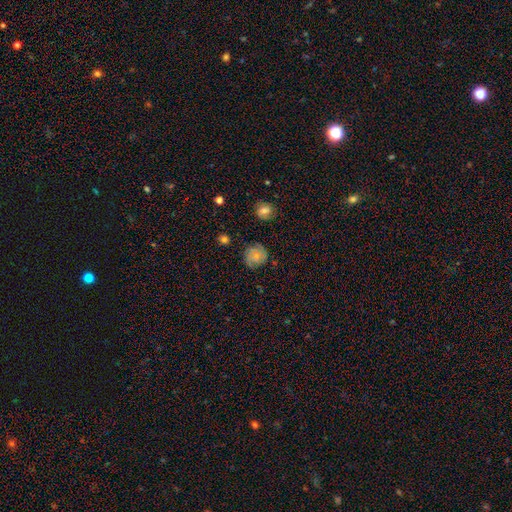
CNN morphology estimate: featured or disk 49%, smooth 41%, star or artifact 10%. Down the decision tree: merging — none (74%).